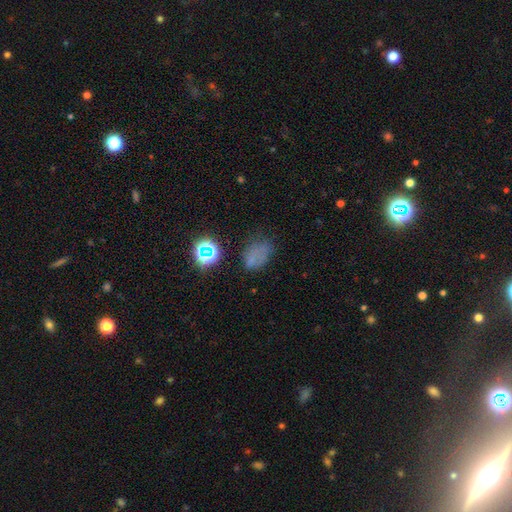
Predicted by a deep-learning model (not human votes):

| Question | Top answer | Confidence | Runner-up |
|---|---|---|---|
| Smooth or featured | smooth | 49% | star or artifact (36%) |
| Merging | none | 56% | minor disturbance (23%) |